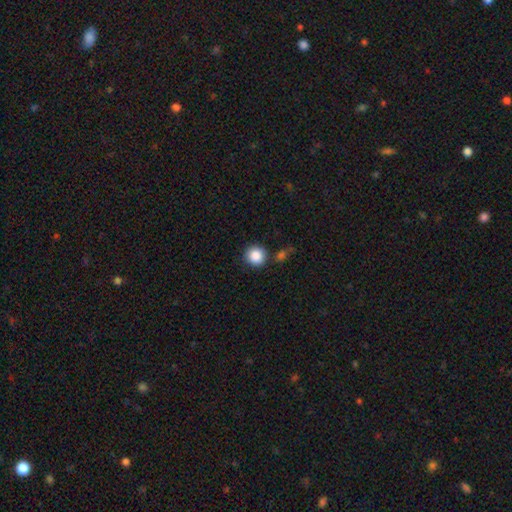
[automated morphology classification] smooth_or_featured: smooth (p=0.87) [alt: star or artifact p=0.09]
how_rounded: round (p=0.93) [alt: in between p=0.06]
merging: none (p=0.81) [alt: minor disturbance p=0.10]